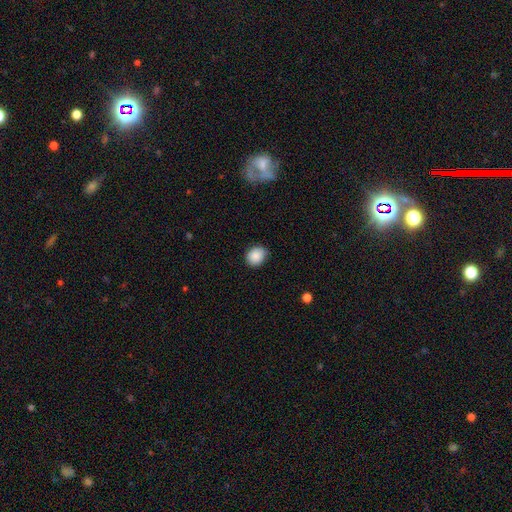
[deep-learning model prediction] smooth-or-featured: smooth: 88% | star or artifact: 8% | featured or disk: 4%
  how-rounded: round: 60% | in between: 39% | cigar-shaped: 1%
  merging: none: 79% | minor disturbance: 17% | major disturbance: 3% | merger: 1%